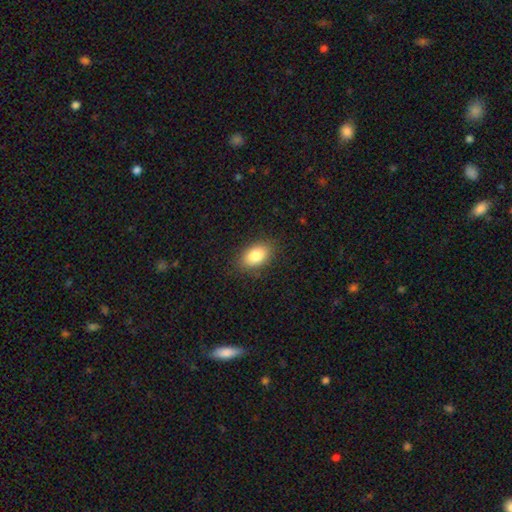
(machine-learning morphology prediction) A smooth galaxy with no disk features (84%) that is in between round and cigar-shaped (89%).

Vote fractions:
- Smooth or featured? smooth: 84% / star or artifact: 8% / featured or disk: 8%
- How rounded? in between: 89% / round: 9% / cigar-shaped: 2%
- Merging? none: 86% / minor disturbance: 10% / major disturbance: 3% / merger: 1%